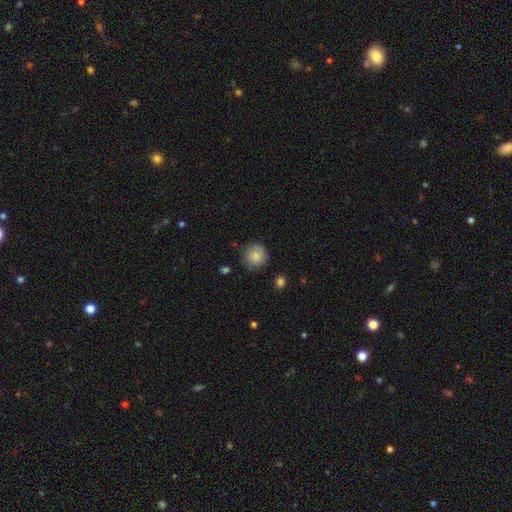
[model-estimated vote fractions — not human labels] smooth-or-featured: smooth: 80% | featured or disk: 12% | star or artifact: 8%
  how-rounded: round: 92% | in between: 7% | cigar-shaped: 1%
  merging: none: 82% | minor disturbance: 14% | major disturbance: 3% | merger: 2%